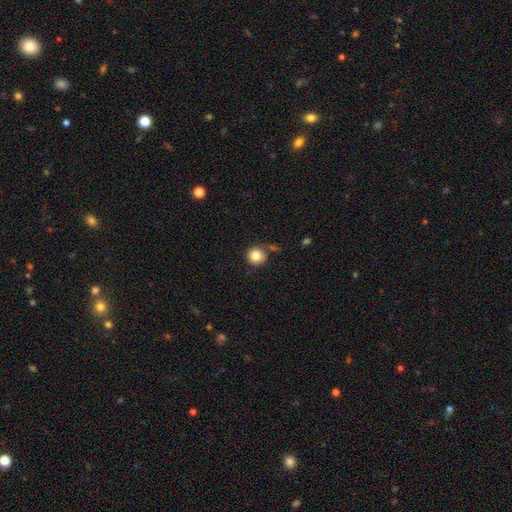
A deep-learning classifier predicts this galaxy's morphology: The model was most divided on "merging": none: 73%, minor disturbance: 14%, merger: 8%, major disturbance: 5%. More confident: how rounded — round (93%); smooth or featured — smooth (82%).